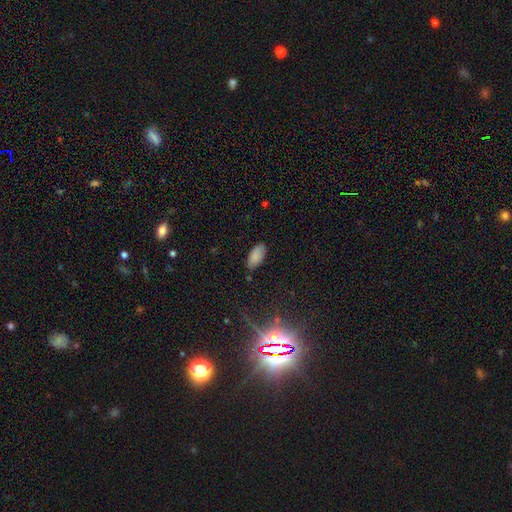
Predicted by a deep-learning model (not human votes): A smooth galaxy with no disk features (86%) that is in between round and cigar-shaped (92%). Merging: none (83%).